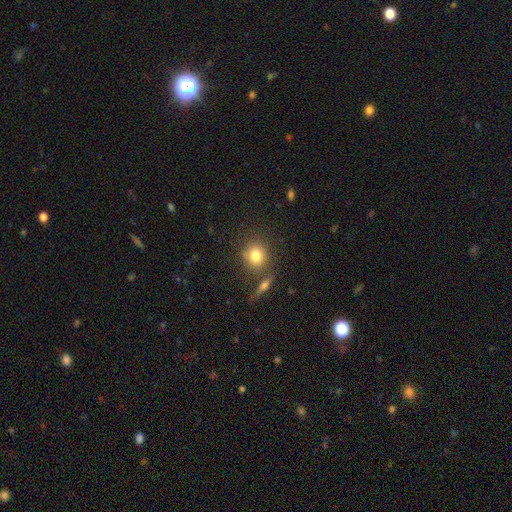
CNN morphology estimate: type=smooth (80%); roundness=round (81%); merging=none (71%).